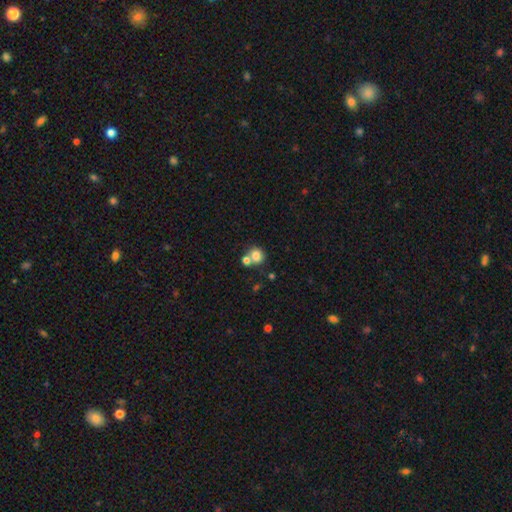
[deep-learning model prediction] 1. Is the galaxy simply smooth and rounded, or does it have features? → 78% smooth, 12% featured or disk, 10% star or artifact.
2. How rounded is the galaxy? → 76% round, 23% in between, 1% cigar-shaped.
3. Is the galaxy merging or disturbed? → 45% merger, 43% none, 8% minor disturbance, 3% major disturbance.